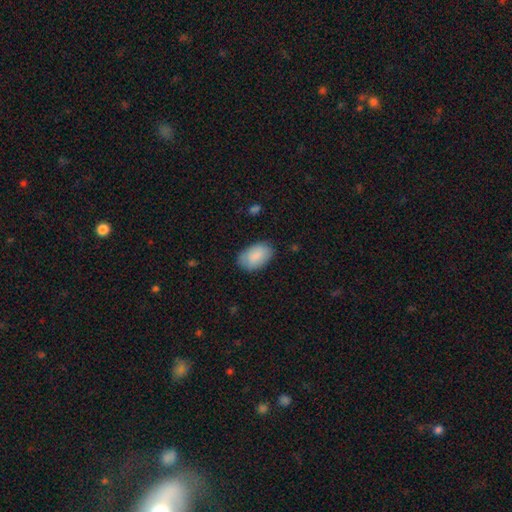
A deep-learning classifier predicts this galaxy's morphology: smooth_or_featured: smooth (p=0.87) [alt: featured or disk p=0.07]
how_rounded: in between (p=0.92) [alt: round p=0.07]
merging: none (p=0.81) [alt: minor disturbance p=0.15]